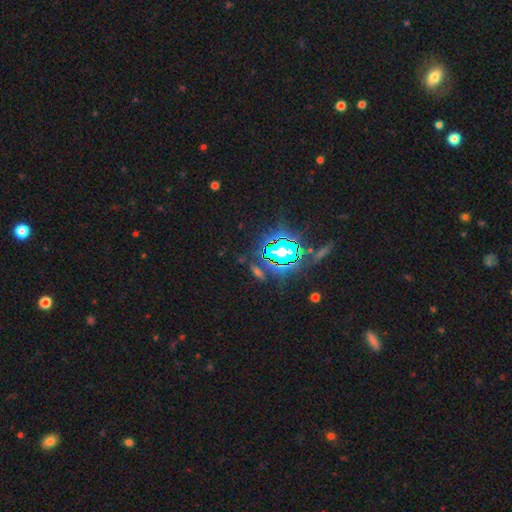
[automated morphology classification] Smooth or featured? Predicted: star or artifact (p=0.84).